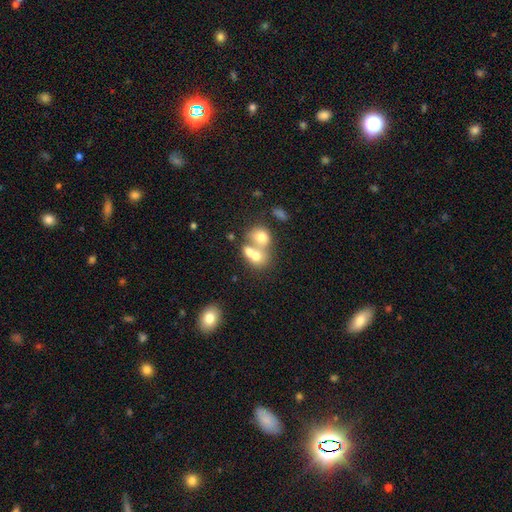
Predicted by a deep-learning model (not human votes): smooth_or_featured: smooth (p=0.63) [alt: featured or disk p=0.25]
how_rounded: round (p=0.57) [alt: in between p=0.42]
merging: merger (p=0.66) [alt: none p=0.23]